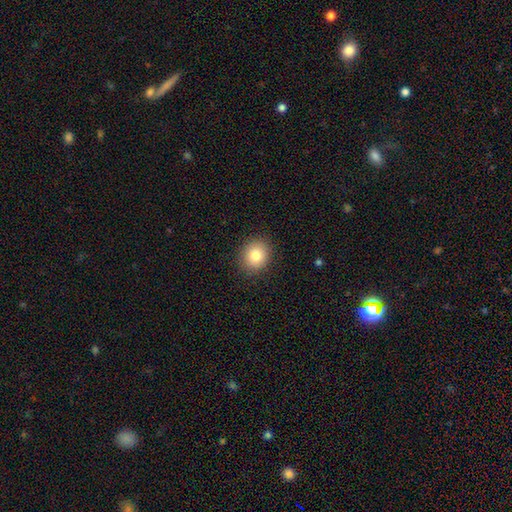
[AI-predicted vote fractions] This is clearly a smooth galaxy (82%). How rounded: likely round (72%). Merging: clearly none (89%).